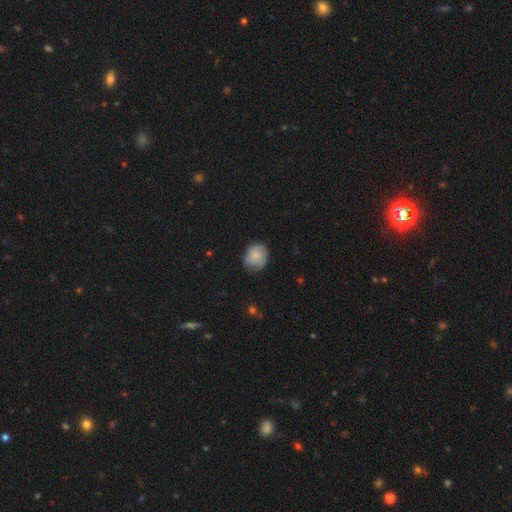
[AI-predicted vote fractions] Morphology: type=smooth (80%); roundness=round (74%); merging=none (76%).